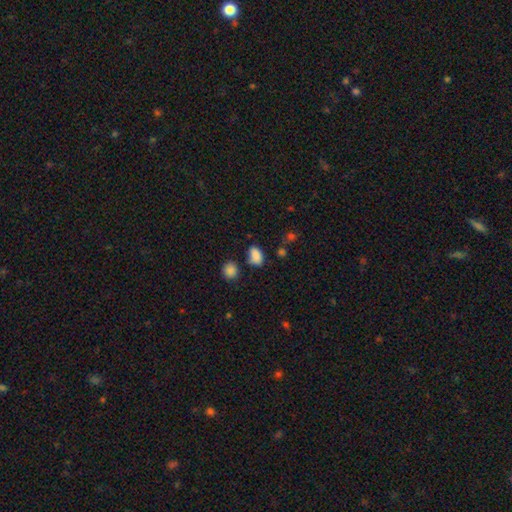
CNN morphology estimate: smooth-or-featured: smooth: 85% | star or artifact: 11% | featured or disk: 4%
  how-rounded: in between: 85% | round: 13% | cigar-shaped: 2%
  merging: none: 66% | minor disturbance: 20% | merger: 9% | major disturbance: 5%